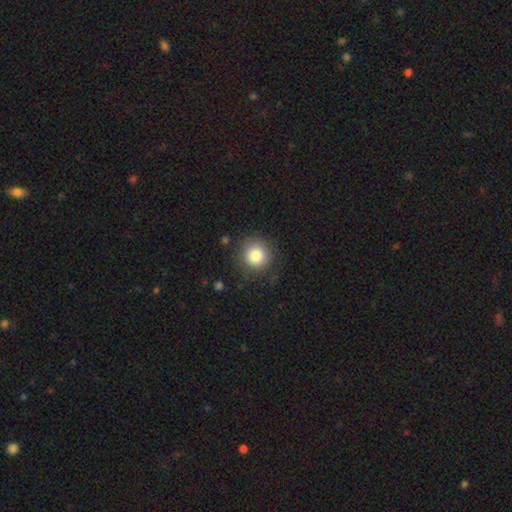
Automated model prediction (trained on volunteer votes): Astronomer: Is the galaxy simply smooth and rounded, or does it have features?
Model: smooth — 83%.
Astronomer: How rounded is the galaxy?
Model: round — 93%.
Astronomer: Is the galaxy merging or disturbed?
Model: none — 84%.